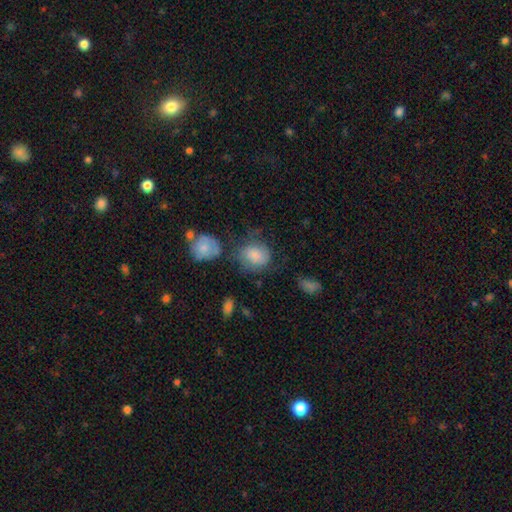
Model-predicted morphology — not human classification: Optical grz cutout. It shows a smooth galaxy with no disk features (76%) that is round (64%). Merging: none (48%).